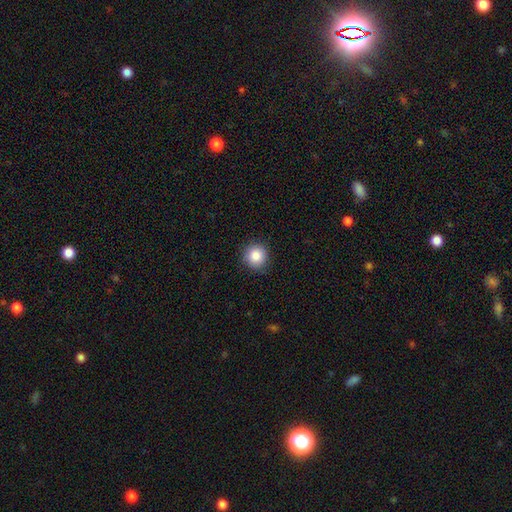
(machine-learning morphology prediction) smooth 86%, star or artifact 9%, featured or disk 5%. Down the decision tree: how rounded — round (92%); merging — none (89%).